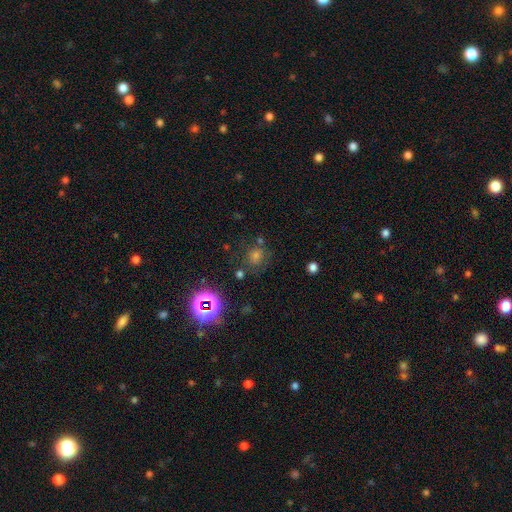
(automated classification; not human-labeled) This is possibly a smooth galaxy (46%). Merging: likely none (71%).